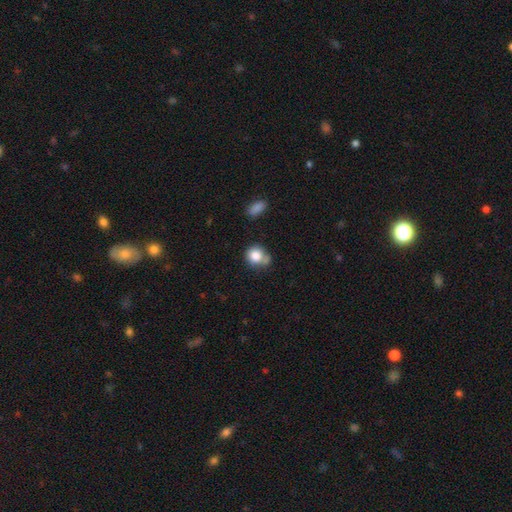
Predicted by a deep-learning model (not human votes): Q: Smooth or featured?
A: smooth (82%); runner-up: star or artifact (9%)
Q: How rounded?
A: round (82%); runner-up: in between (17%)
Q: Merging?
A: none (51%); runner-up: merger (21%)